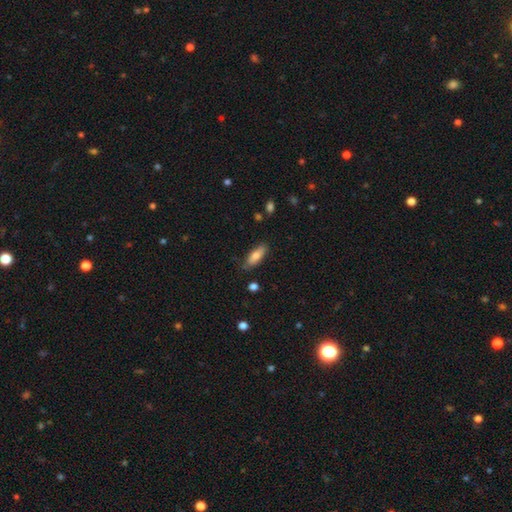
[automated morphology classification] This appears to be a smooth galaxy with no disk features (76%) that is in between round and cigar-shaped (61%). Merging: none (79%).